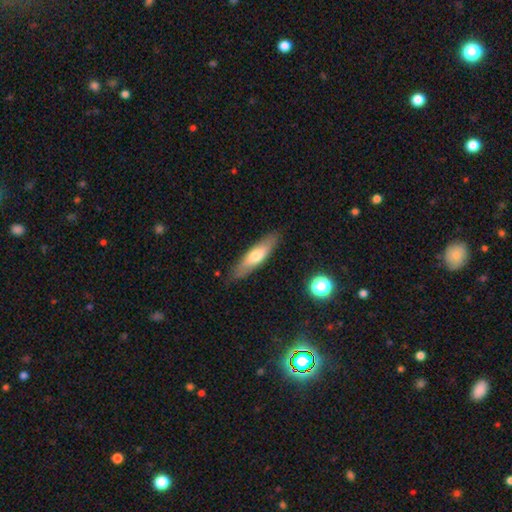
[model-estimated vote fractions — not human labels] smooth 61%, featured or disk 33%, star or artifact 6%. Down the decision tree: how rounded — cigar-shaped (67%); merging — none (83%).